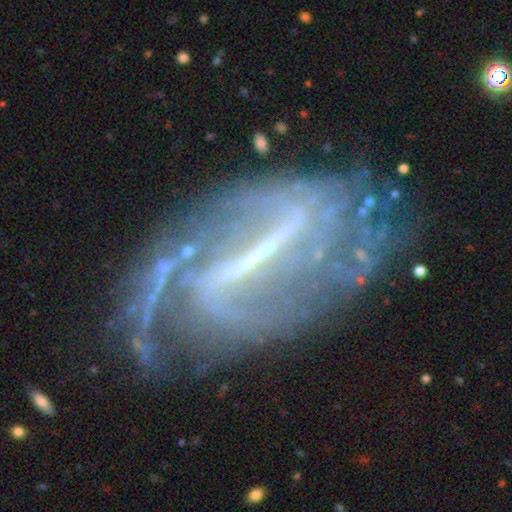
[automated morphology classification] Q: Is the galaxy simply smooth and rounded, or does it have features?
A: featured or disk — 86%.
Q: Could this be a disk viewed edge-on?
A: no — 92%.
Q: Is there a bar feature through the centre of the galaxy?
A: strong — 77%.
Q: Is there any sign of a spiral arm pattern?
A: yes — 90%.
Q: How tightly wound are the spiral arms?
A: tight — 37%, tied with medium.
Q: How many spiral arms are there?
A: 2 — 40%.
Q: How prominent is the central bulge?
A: small — 46%.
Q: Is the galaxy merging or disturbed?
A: none — 62%.